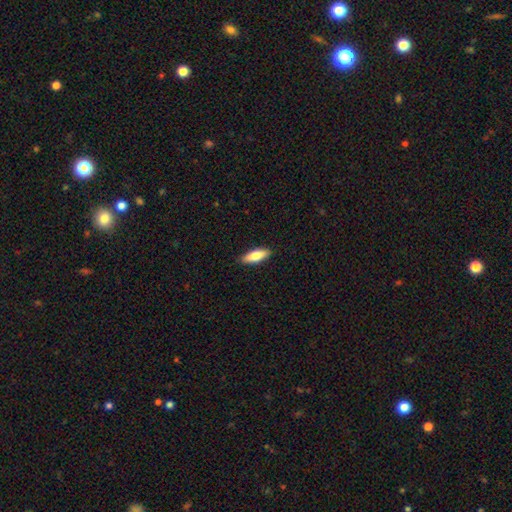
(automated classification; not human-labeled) Overall: smooth (75%). How rounded: in between (64%; cigar-shaped 34%). Merging: none (89%).